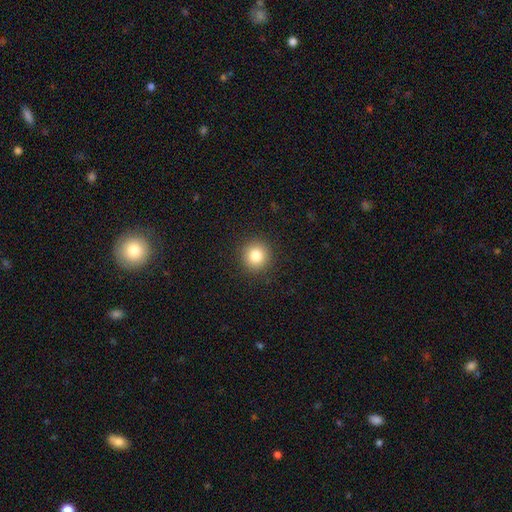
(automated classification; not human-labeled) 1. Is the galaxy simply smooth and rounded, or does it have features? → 82% smooth, 11% star or artifact, 7% featured or disk.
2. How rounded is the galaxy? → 93% round, 6% in between, 1% cigar-shaped.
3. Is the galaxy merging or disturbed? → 91% none, 6% minor disturbance, 2% major disturbance, 1% merger.